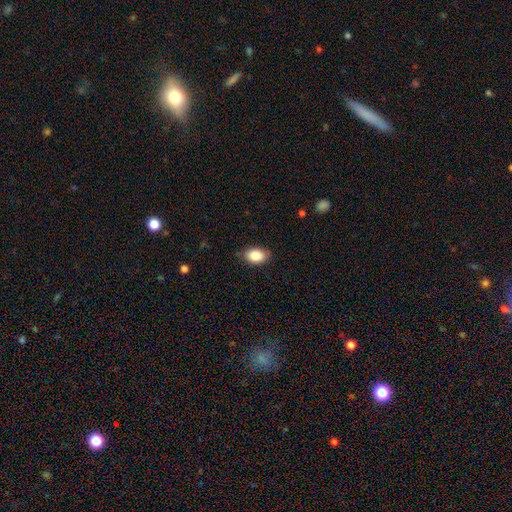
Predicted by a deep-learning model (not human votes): A smooth galaxy with no disk features (86%) that is in between round and cigar-shaped (85%).

Vote fractions:
- Smooth or featured? smooth: 86% / star or artifact: 8% / featured or disk: 6%
- How rounded? in between: 85% / round: 14% / cigar-shaped: 1%
- Merging? none: 79% / minor disturbance: 17% / major disturbance: 3% / merger: 1%